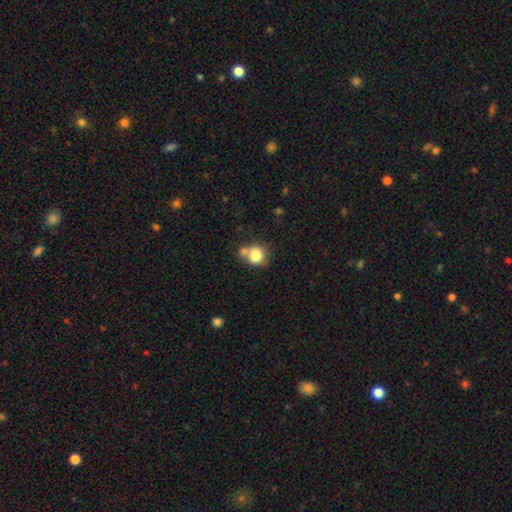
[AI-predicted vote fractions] Overall: smooth (80%). How rounded: round (82%). Merging: none (50%; merger 31%).